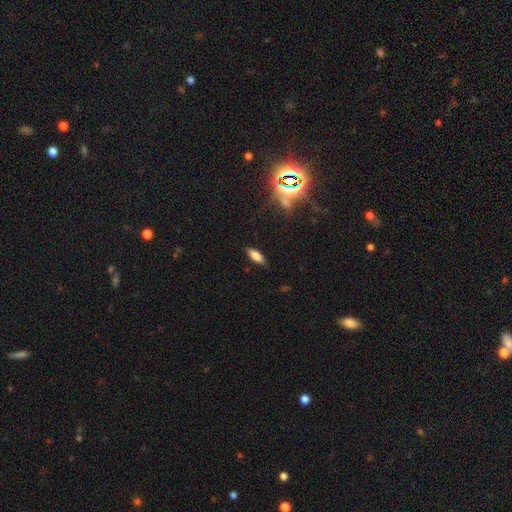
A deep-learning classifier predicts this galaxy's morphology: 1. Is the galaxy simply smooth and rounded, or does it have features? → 75% smooth, 13% featured or disk, 12% star or artifact.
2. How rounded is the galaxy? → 69% in between, 28% cigar-shaped, 2% round.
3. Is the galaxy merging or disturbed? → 85% none, 11% minor disturbance, 3% major disturbance, 1% merger.